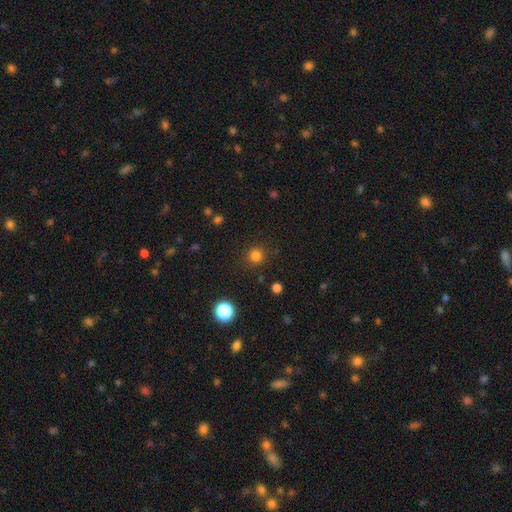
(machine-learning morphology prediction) Smooth or featured: smooth — 81% (star or artifact — 15%)
How rounded: round — 93% (in between — 6%)
Merging: none — 89% (minor disturbance — 7%)